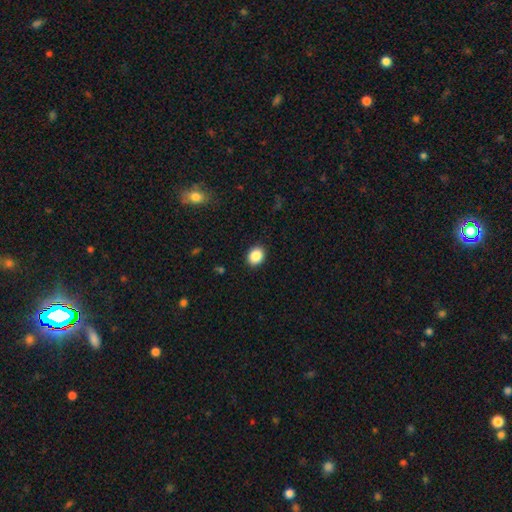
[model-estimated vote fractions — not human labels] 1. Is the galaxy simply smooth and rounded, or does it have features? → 88% smooth, 9% star or artifact, 4% featured or disk.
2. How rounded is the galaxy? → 53% round, 46% in between, 1% cigar-shaped.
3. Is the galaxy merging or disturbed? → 90% none, 7% minor disturbance, 2% major disturbance, 1% merger.